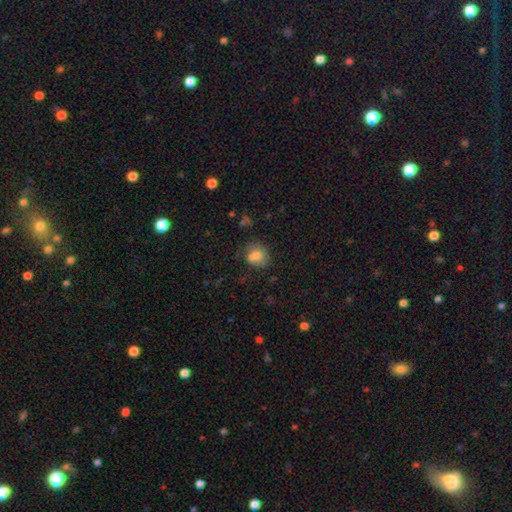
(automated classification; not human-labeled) The model was most divided on "merging": none: 62%, minor disturbance: 23%, major disturbance: 8%, merger: 7%. More confident: smooth or featured — smooth (76%); how rounded — round (74%).